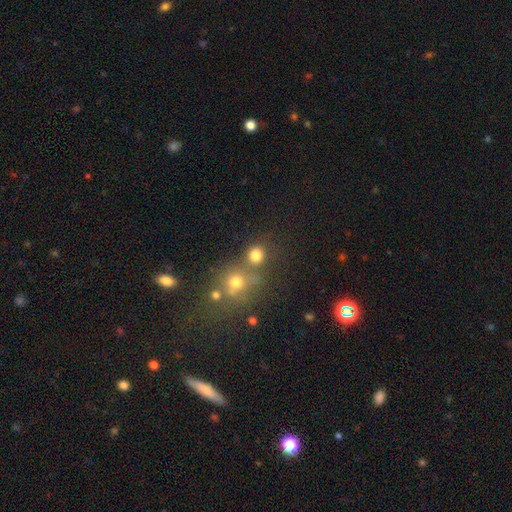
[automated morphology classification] This is likely a smooth galaxy (77%). How rounded: clearly round (85%). Merging: likely none (63%).